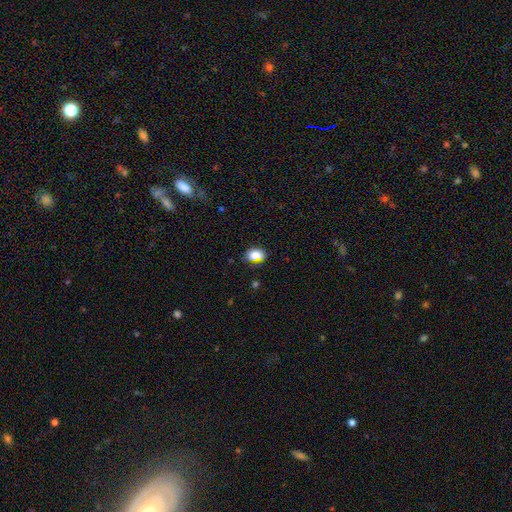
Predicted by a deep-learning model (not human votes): Q: Smooth or featured?
A: smooth (81%); runner-up: star or artifact (12%)
Q: How rounded?
A: in between (71%); runner-up: round (27%)
Q: Merging?
A: none (67%); runner-up: minor disturbance (20%)